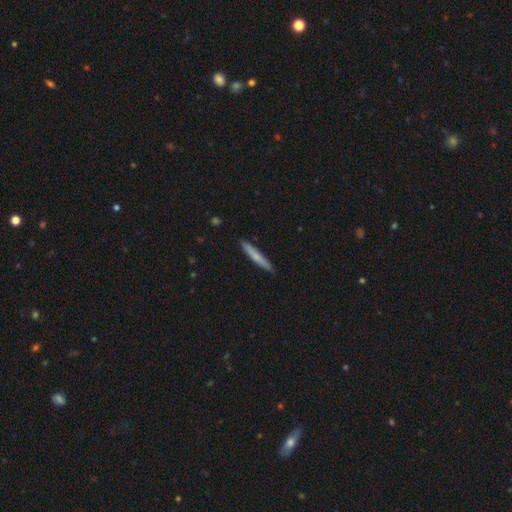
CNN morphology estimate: Smooth or featured?
  - smooth: 69% *
  - featured or disk: 25%
  - star or artifact: 6%
How rounded?
  - cigar-shaped: 95% *
  - in between: 3%
  - round: 1%
Merging?
  - none: 91% *
  - minor disturbance: 7%
  - major disturbance: 1%
  - merger: 1%